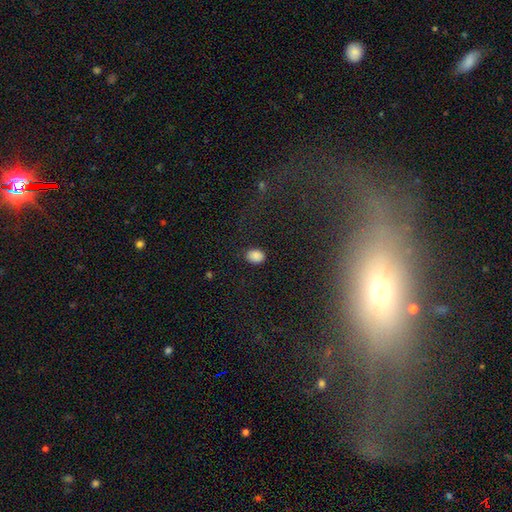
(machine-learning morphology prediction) type=smooth (86%); roundness=in between (72%); merging=none (86%).